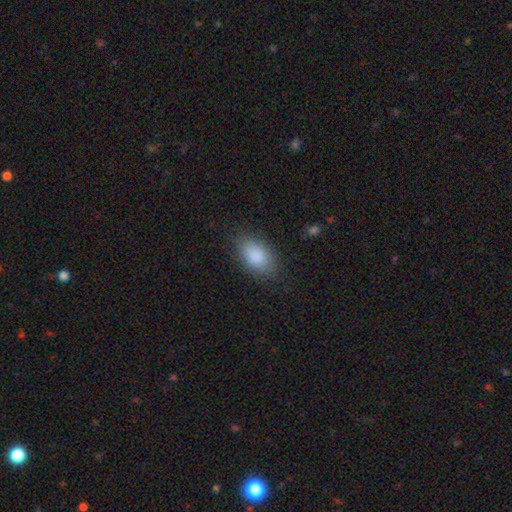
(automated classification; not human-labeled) Smooth or featured: smooth — 88% (star or artifact — 7%)
How rounded: in between — 91% (round — 7%)
Merging: none — 82% (minor disturbance — 13%)